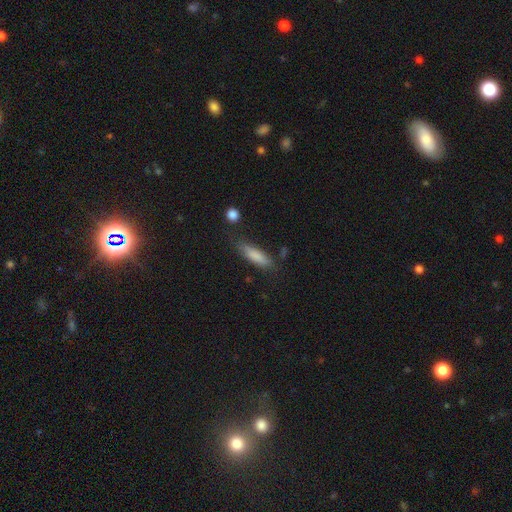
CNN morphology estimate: smooth-or-featured: smooth: 82% | featured or disk: 11% | star or artifact: 7%
  how-rounded: cigar-shaped: 59% | in between: 39% | round: 2%
  merging: none: 69% | minor disturbance: 21% | major disturbance: 6% | merger: 4%